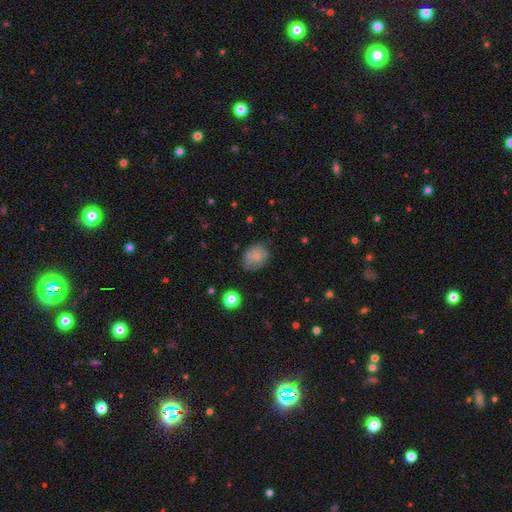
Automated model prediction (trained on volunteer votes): smooth_or_featured: smooth (p=0.72) [alt: featured or disk p=0.18]
how_rounded: in between (p=0.51) [alt: round p=0.48]
merging: none (p=0.54) [alt: minor disturbance p=0.28]